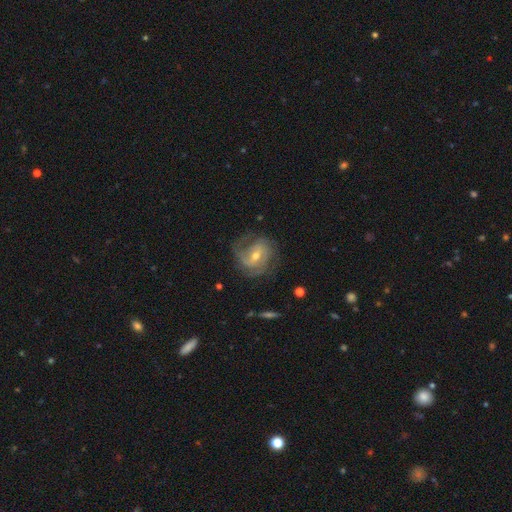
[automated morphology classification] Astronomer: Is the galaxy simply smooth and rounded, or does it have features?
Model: featured or disk — 84%.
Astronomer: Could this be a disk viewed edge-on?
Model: no — 97%.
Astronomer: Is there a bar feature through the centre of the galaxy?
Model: weak — 50% (runner-up: no, 30%).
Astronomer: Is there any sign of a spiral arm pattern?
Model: yes — 95%.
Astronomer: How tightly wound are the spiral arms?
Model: tight — 48% (runner-up: medium, 39%).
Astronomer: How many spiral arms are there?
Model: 2 — 43% (runner-up: 3, 21%).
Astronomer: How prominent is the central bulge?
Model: moderate — 57% (runner-up: small, 38%).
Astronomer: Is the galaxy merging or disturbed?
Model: none — 70%.